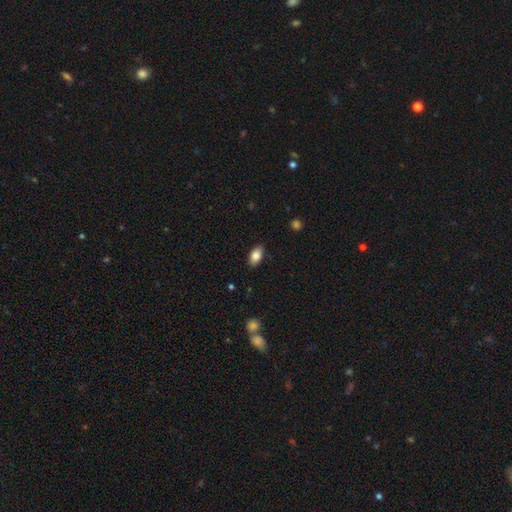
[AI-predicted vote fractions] A smooth galaxy with no disk features (83%) that is in between round and cigar-shaped (92%).

Vote fractions:
- Smooth or featured? smooth: 83% / featured or disk: 10% / star or artifact: 7%
- How rounded? in between: 92% / round: 5% / cigar-shaped: 3%
- Merging? none: 87% / minor disturbance: 10% / major disturbance: 2% / merger: 1%